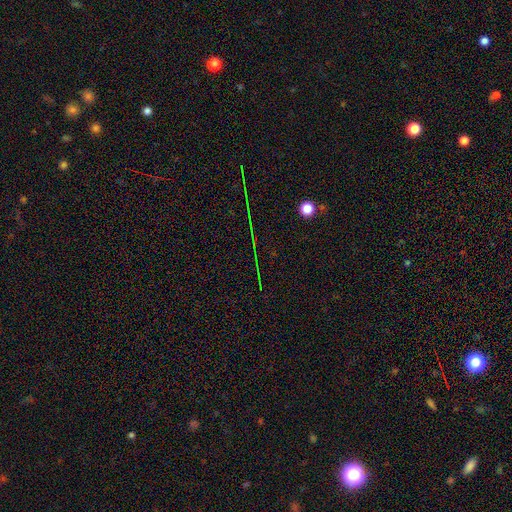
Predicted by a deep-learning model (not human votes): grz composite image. It shows a star or artifact, not a galaxy (77%).